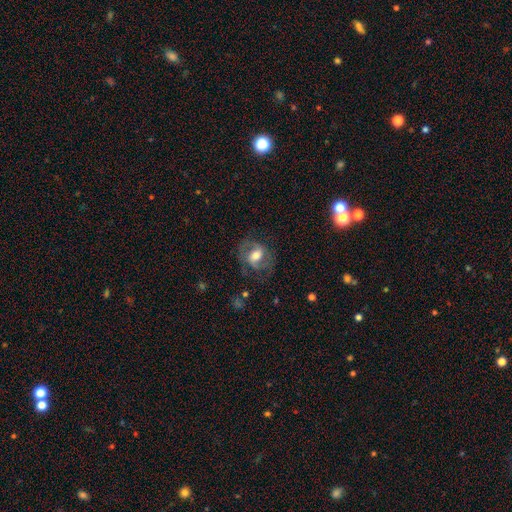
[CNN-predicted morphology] smooth-or-featured: featured or disk: 60% | smooth: 33% | star or artifact: 8%
  disk-edge-on: no: 95% | yes: 5%
    bar: weak: 43% | no: 30% | strong: 27%
    has-spiral-arms: yes: 78% | no: 22%
    bulge-size: moderate: 64% | large: 18% | small: 14% | dominant: 2% | none: 1%
  merging: none: 64% | minor disturbance: 19% | major disturbance: 15% | merger: 1%